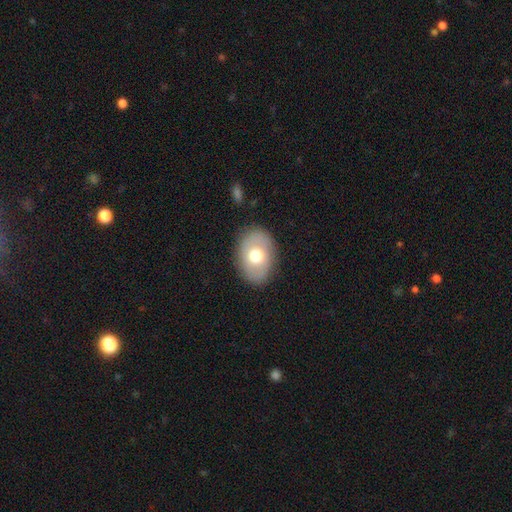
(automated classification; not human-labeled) Smooth or featured?
  - smooth: 64% *
  - featured or disk: 29%
  - star or artifact: 7%
How rounded?
  - in between: 78% *
  - round: 21%
  - cigar-shaped: 1%
Merging?
  - none: 85% *
  - minor disturbance: 11%
  - major disturbance: 3%
  - merger: 1%